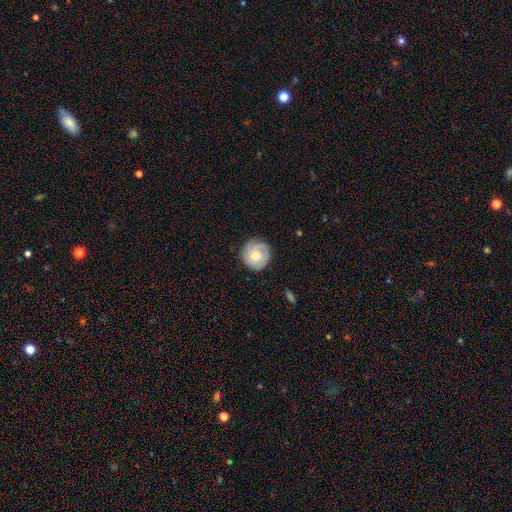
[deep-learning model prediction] Smooth or featured: featured or disk — 50% (smooth — 43%)
Merging: none — 79% (minor disturbance — 16%)